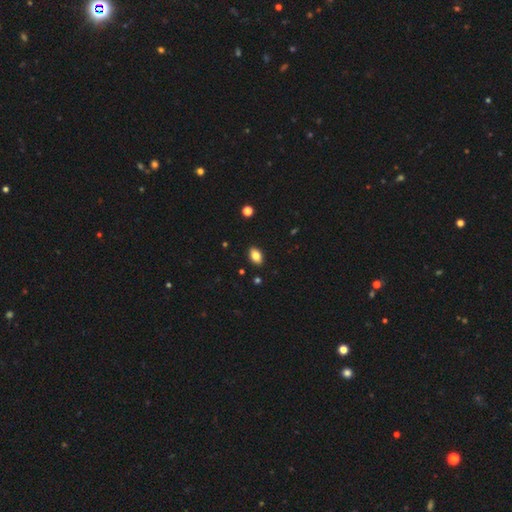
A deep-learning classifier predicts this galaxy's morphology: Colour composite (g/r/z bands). It shows a smooth galaxy with no disk features (83%) that is in between round and cigar-shaped (90%). Merging: none (89%).